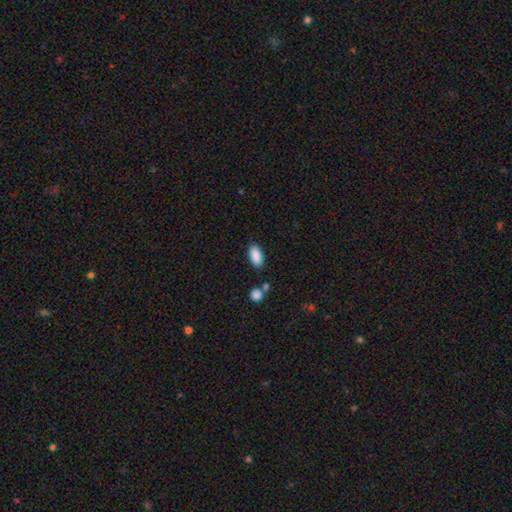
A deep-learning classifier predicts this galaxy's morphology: type=smooth (89%); roundness=in between (91%); merging=none (82%).